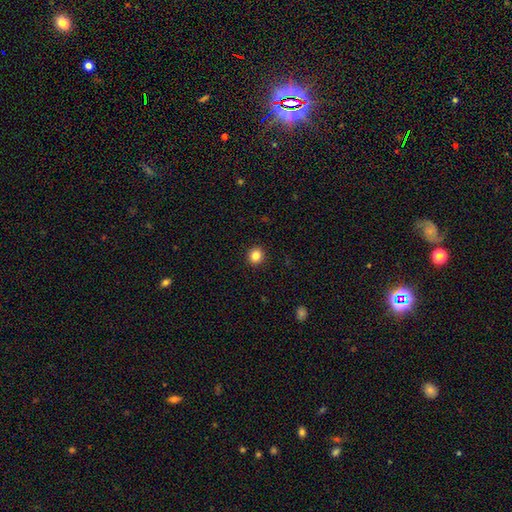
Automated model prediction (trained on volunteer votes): Q: Smooth or featured?
A: smooth (83%); runner-up: star or artifact (12%)
Q: How rounded?
A: round (90%); runner-up: in between (9%)
Q: Merging?
A: none (93%); runner-up: minor disturbance (4%)